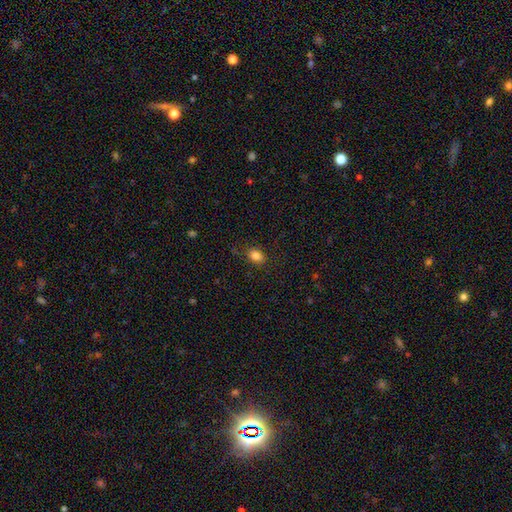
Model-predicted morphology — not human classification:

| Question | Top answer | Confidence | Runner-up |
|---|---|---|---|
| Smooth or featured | smooth | 84% | star or artifact (11%) |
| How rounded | in between | 70% | round (28%) |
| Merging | none | 82% | minor disturbance (13%) |